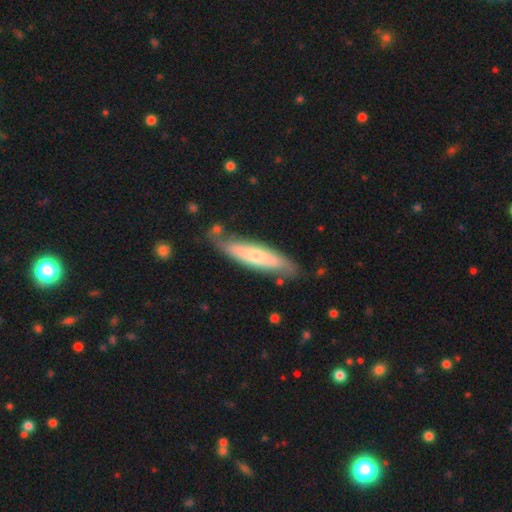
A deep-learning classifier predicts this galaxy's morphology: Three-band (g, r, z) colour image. It shows a smooth galaxy with no disk features (50%) that is cigar-shaped (74%). Merging: none (74%).